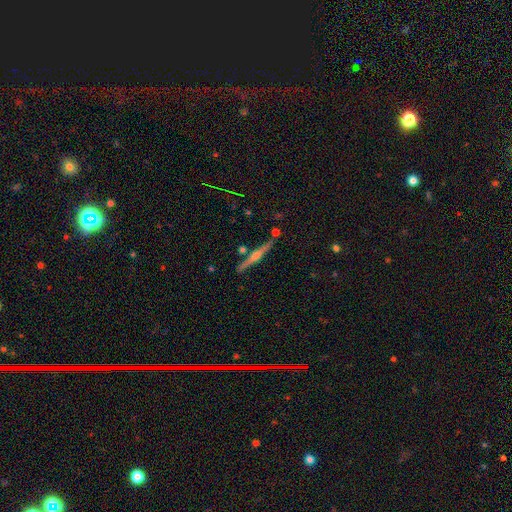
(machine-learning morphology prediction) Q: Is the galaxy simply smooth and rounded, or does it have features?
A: featured or disk — 77%.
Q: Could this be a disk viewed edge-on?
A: yes — 98%.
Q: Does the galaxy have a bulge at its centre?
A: rounded — 85%.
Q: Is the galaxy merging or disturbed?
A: none — 85%.